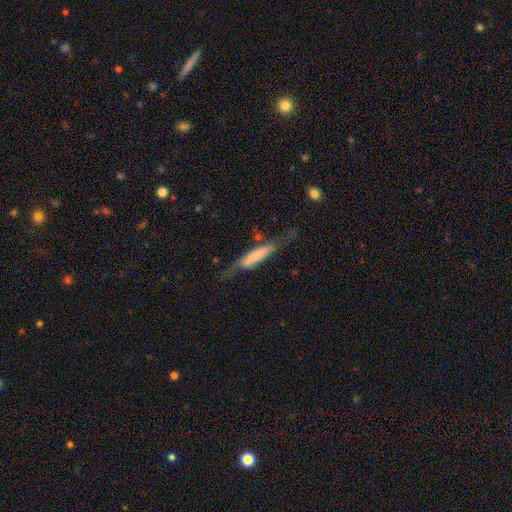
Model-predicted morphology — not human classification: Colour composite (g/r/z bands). It shows a smooth galaxy with no disk features (50%) that is cigar-shaped (74%). Merging: none (51%).